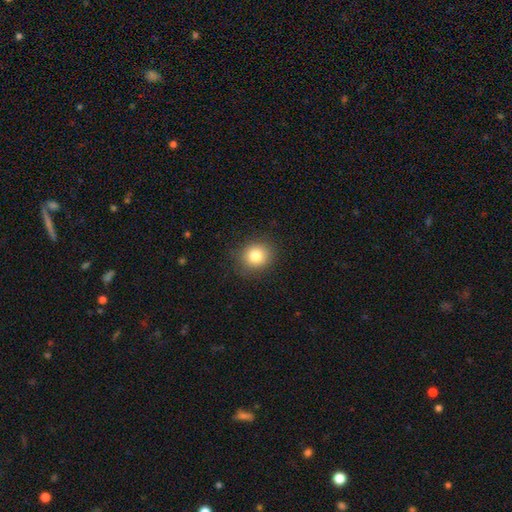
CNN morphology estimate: Smooth or featured? Predicted: smooth (p=0.82). How rounded? Predicted: round (p=0.82). Merging? Predicted: none (p=0.87).